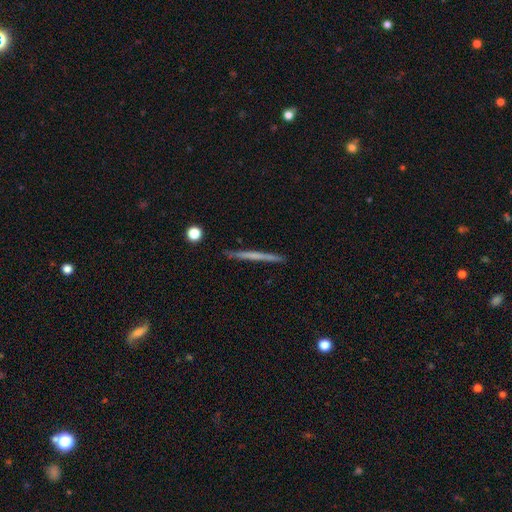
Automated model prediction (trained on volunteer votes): A smooth galaxy with no disk features (48%).

Vote fractions:
- Smooth or featured? smooth: 48% / featured or disk: 47% / star or artifact: 6%
- Merging? none: 90% / minor disturbance: 8% / major disturbance: 1% / merger: 1%